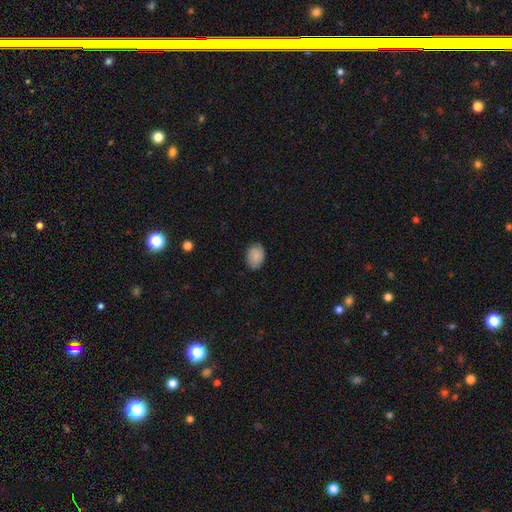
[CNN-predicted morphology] Smooth or featured? Predicted: smooth (p=0.85). How rounded? Predicted: in between (p=0.74). Merging? Predicted: none (p=0.82).